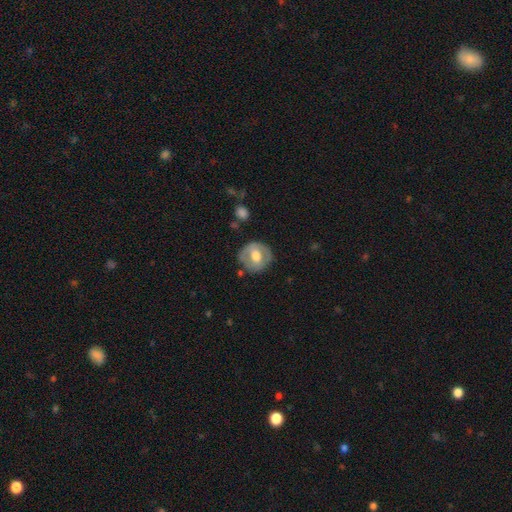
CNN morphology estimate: smooth-or-featured: featured or disk: 49% | smooth: 45% | star or artifact: 6%
  merging: none: 76% | minor disturbance: 17% | major disturbance: 6% | merger: 2%